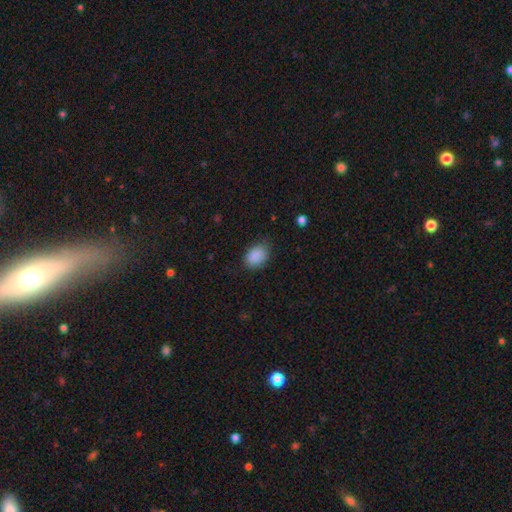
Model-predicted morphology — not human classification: smooth 88%, star or artifact 8%, featured or disk 4%. Down the decision tree: how rounded — in between (72%); merging — none (74%).